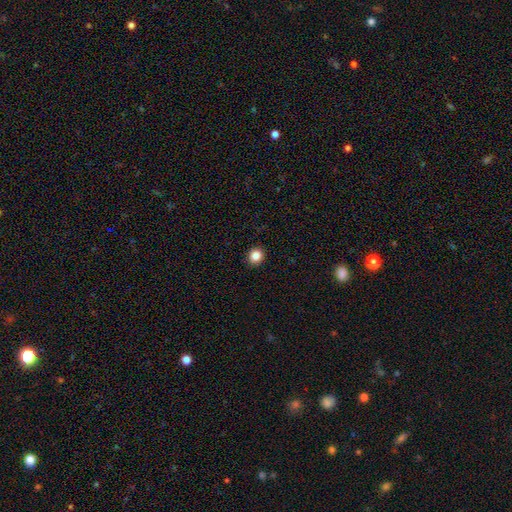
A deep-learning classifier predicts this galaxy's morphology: smooth 86%, star or artifact 11%, featured or disk 4%. Down the decision tree: how rounded — round (83%); merging — none (92%).